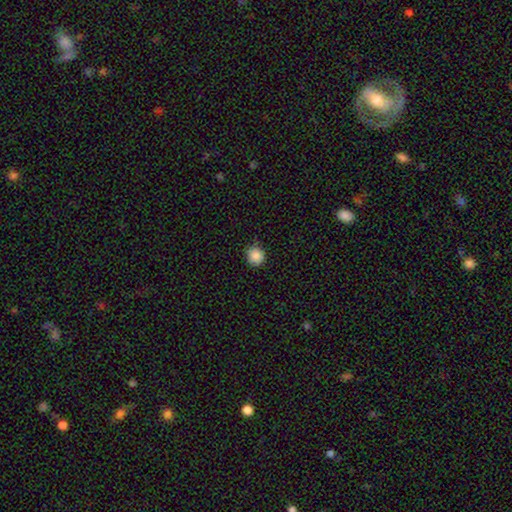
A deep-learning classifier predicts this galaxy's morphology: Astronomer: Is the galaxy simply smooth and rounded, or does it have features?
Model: smooth — 86%.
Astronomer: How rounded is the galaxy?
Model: round — 91%.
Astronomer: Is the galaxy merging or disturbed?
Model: none — 83%.